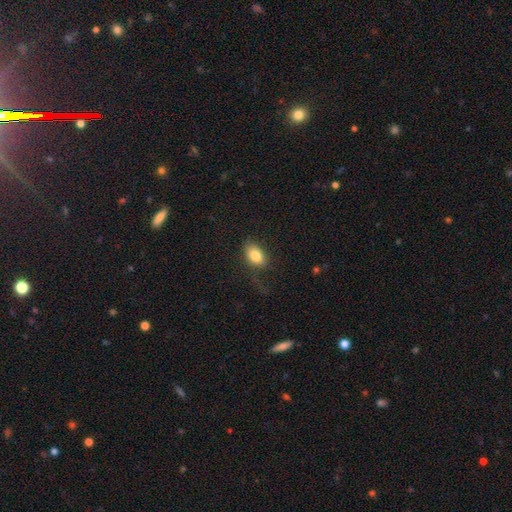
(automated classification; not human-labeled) Smooth or featured: smooth — 83% (featured or disk — 10%)
How rounded: in between — 89% (round — 9%)
Merging: none — 66% (minor disturbance — 19%)